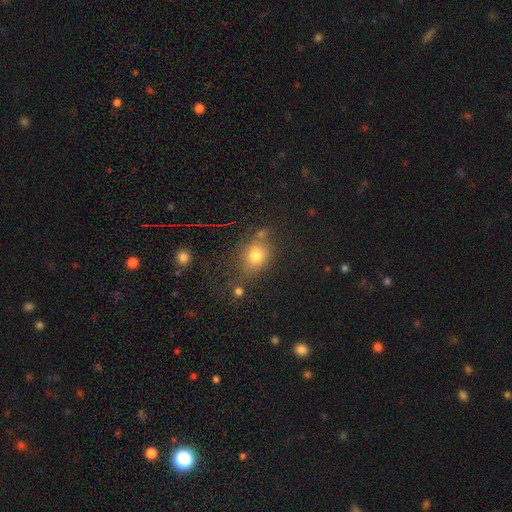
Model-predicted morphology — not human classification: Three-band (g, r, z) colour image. It shows a smooth galaxy with no disk features (72%) that is round (52%). Merging: none (64%).